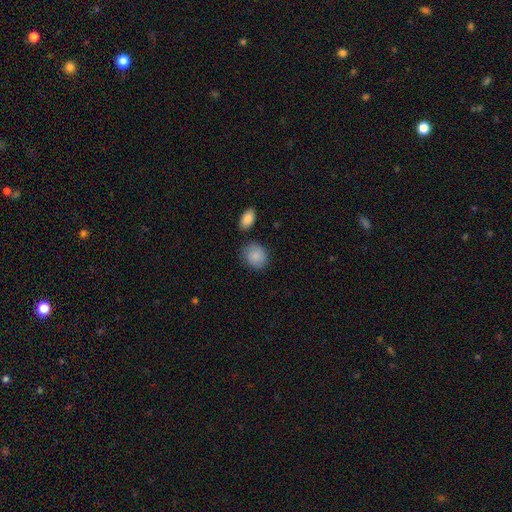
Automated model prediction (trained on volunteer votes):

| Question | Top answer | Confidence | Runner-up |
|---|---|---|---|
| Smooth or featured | smooth | 88% | star or artifact (7%) |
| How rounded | round | 58% | in between (41%) |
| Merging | none | 80% | minor disturbance (13%) |